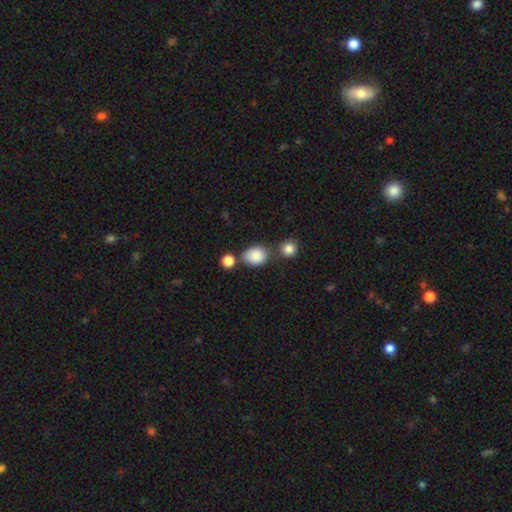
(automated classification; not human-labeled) Q: Smooth or featured?
A: smooth (86%); runner-up: star or artifact (9%)
Q: How rounded?
A: in between (54%); runner-up: round (45%)
Q: Merging?
A: none (61%); runner-up: merger (18%)